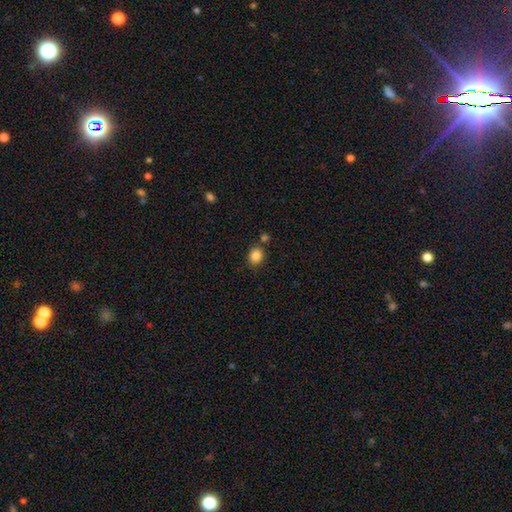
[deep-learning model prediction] smooth 86%, star or artifact 10%, featured or disk 4%. Down the decision tree: how rounded — round (61%); merging — none (76%).